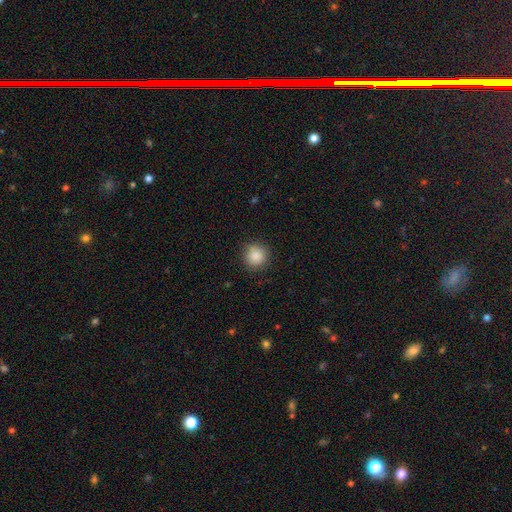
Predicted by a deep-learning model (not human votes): Smooth or featured? Predicted: smooth (p=0.87). How rounded? Predicted: round (p=0.93). Merging? Predicted: none (p=0.86).